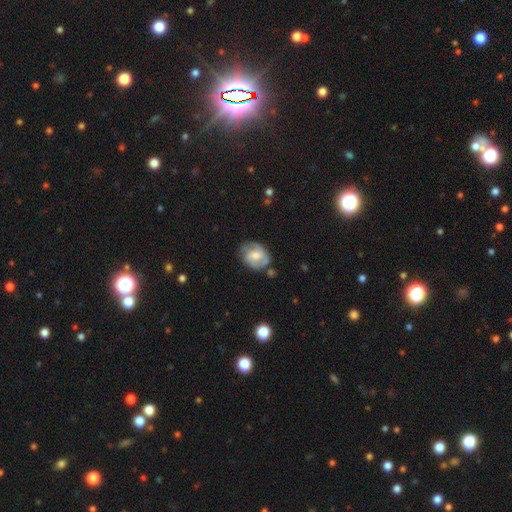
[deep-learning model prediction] Q: Smooth or featured?
A: featured or disk (65%); runner-up: smooth (28%)
Q: Edge-on disk?
A: no (97%); runner-up: yes (3%)
Q: Bar?
A: weak (48%); runner-up: no (40%)
Q: Spiral arms?
A: yes (87%); runner-up: no (13%)
Q: Spiral winding?
A: medium (46%); runner-up: tight (36%)
Q: Spiral arm count?
A: 2 (66%); runner-up: can't tell (17%)
Q: Bulge size?
A: moderate (47%); runner-up: small (39%)
Q: Merging?
A: none (65%); runner-up: minor disturbance (23%)